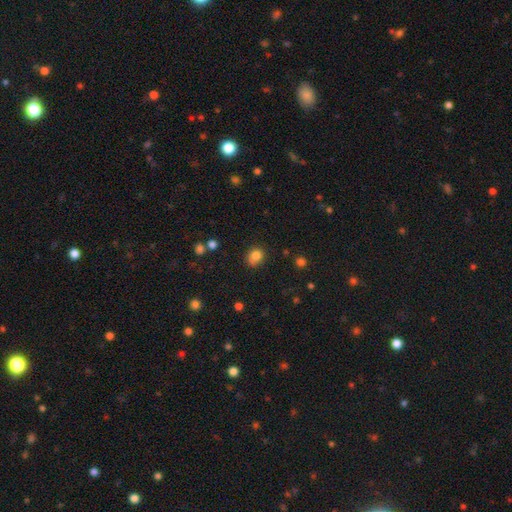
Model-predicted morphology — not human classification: A smooth galaxy with no disk features (81%) that is round (64%). Merging: none (69%).